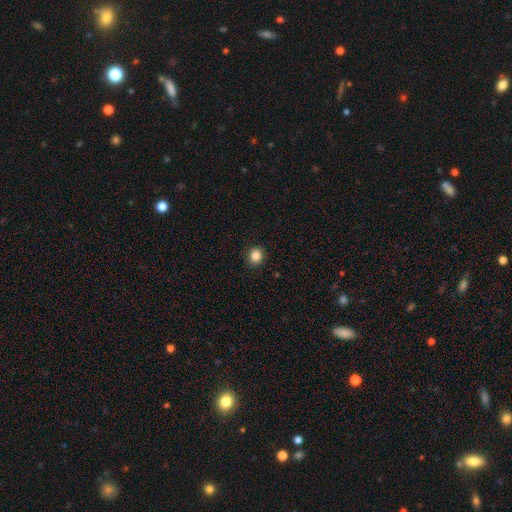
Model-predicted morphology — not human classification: This is clearly a smooth galaxy (86%). How rounded: clearly round (85%). Merging: clearly none (90%).